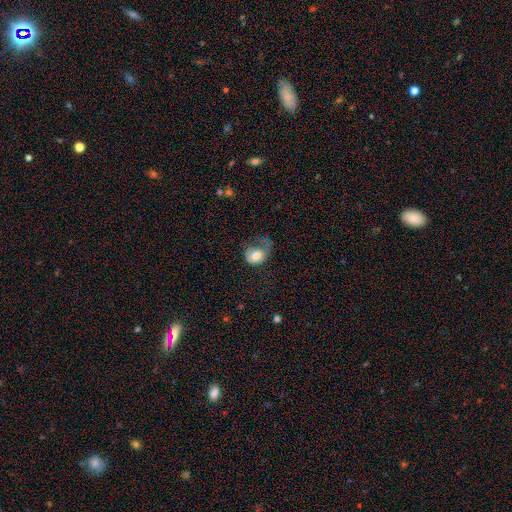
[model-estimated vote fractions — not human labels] Smooth or featured?
  - smooth: 63% *
  - featured or disk: 30%
  - star or artifact: 7%
How rounded?
  - round: 54% *
  - in between: 44%
  - cigar-shaped: 1%
Merging?
  - major disturbance: 52% *
  - minor disturbance: 24%
  - none: 21%
  - merger: 3%